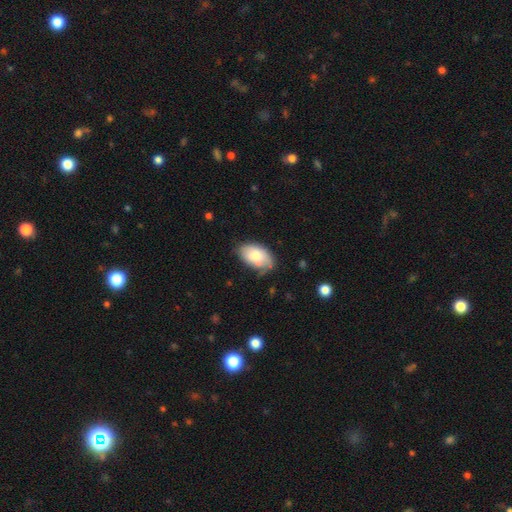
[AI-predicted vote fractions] Smooth or featured?
  - smooth: 77% *
  - featured or disk: 16%
  - star or artifact: 7%
How rounded?
  - in between: 93% *
  - round: 5%
  - cigar-shaped: 1%
Merging?
  - none: 61% *
  - minor disturbance: 29%
  - major disturbance: 7%
  - merger: 3%